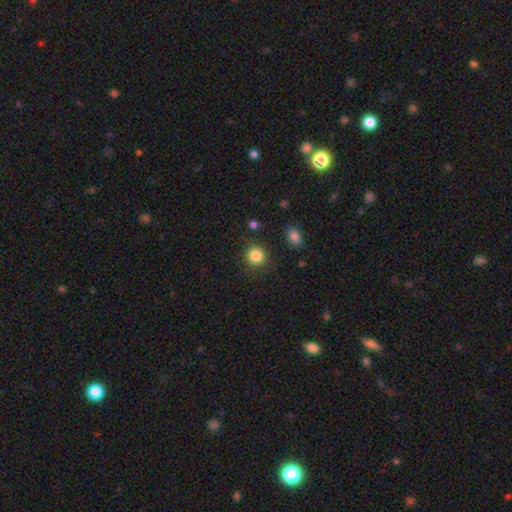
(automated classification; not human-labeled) Smooth or featured? smooth (85%)
How rounded? round (91%)
Merging? none (87%)